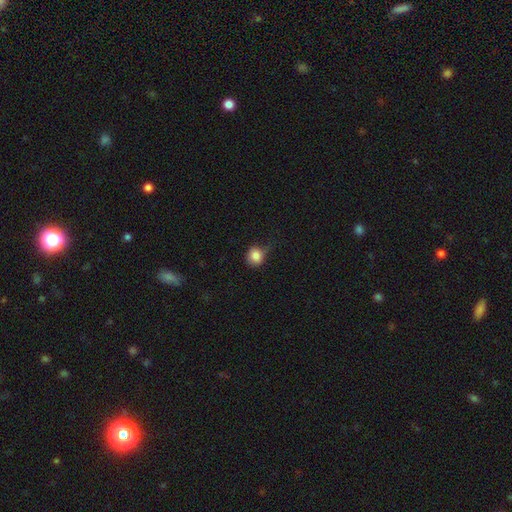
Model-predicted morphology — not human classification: Smooth or featured: smooth — 83% (star or artifact — 10%)
How rounded: round — 84% (in between — 15%)
Merging: none — 54% (minor disturbance — 34%)